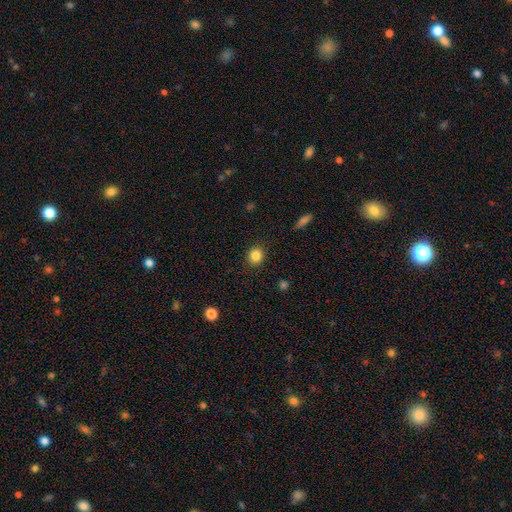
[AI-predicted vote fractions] Morphology: type=smooth (85%); roundness=round (80%); merging=none (88%).